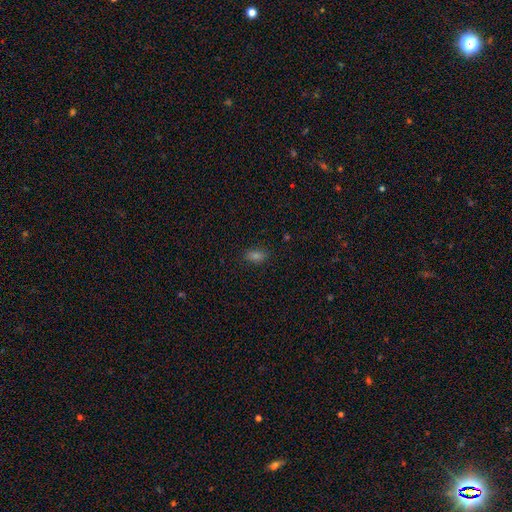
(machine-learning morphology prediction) Overall: smooth (74%). How rounded: in between (83%). Merging: none (87%).